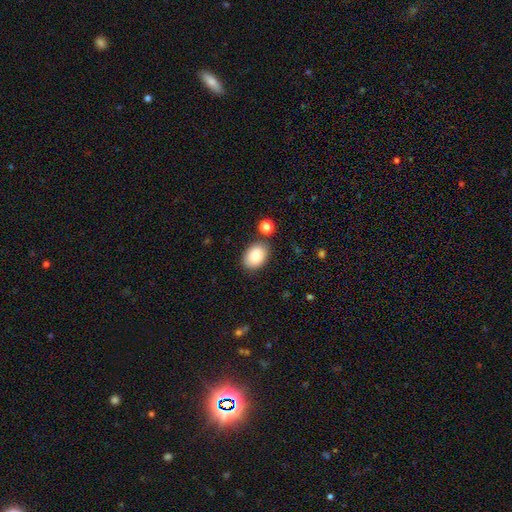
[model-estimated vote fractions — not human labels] Smooth or featured? smooth (86%)
How rounded? in between (83%)
Merging? none (81%)